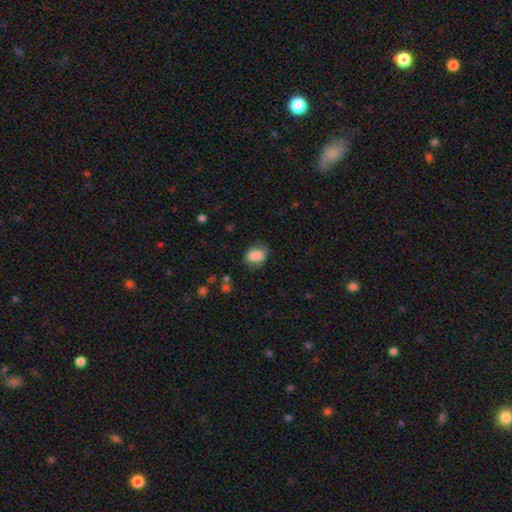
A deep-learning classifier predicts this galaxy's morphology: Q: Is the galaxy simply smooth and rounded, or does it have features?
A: smooth — 83%.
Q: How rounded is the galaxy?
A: in between — 64%.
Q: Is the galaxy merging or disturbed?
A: none — 67%.